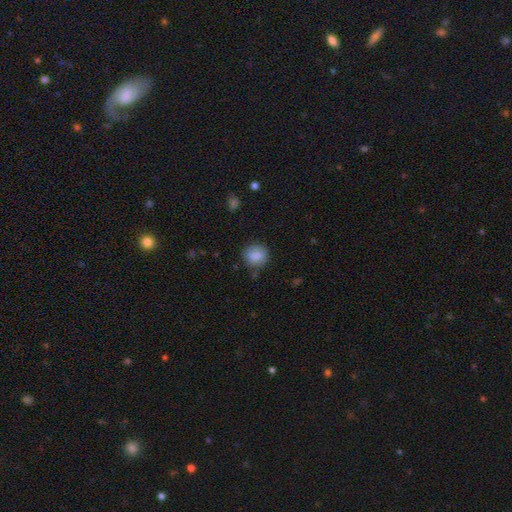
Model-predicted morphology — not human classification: smooth-or-featured: smooth: 85% | star or artifact: 8% | featured or disk: 7%
  how-rounded: round: 83% | in between: 16% | cigar-shaped: 1%
  merging: none: 80% | minor disturbance: 14% | major disturbance: 4% | merger: 2%